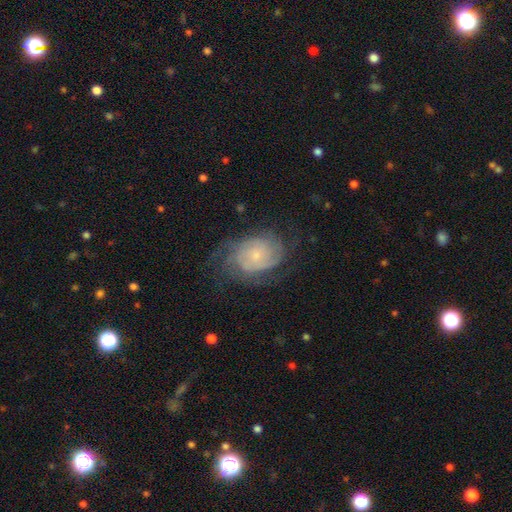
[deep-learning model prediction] Q: Smooth or featured?
A: featured or disk (77%); runner-up: smooth (16%)
Q: Edge-on disk?
A: no (97%); runner-up: yes (3%)
Q: Bar?
A: no (74%); runner-up: weak (23%)
Q: Spiral arms?
A: yes (93%); runner-up: no (7%)
Q: Spiral winding?
A: tight (58%); runner-up: medium (31%)
Q: Spiral arm count?
A: can't tell (39%); runner-up: 2 (23%)
Q: Bulge size?
A: small (73%); runner-up: moderate (20%)
Q: Merging?
A: none (63%); runner-up: minor disturbance (21%)